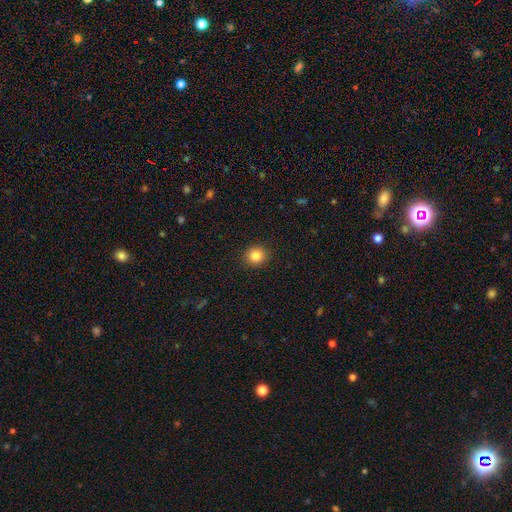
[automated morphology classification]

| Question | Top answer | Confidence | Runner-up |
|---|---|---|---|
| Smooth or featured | smooth | 85% | star or artifact (11%) |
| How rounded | round | 86% | in between (13%) |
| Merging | none | 91% | minor disturbance (6%) |